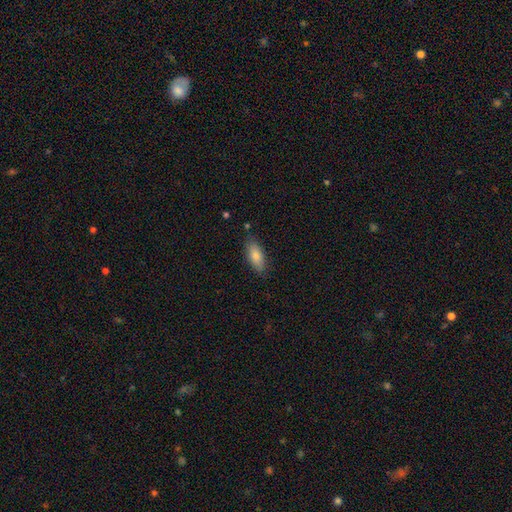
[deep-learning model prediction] This appears to be a smooth galaxy with no disk features (80%) that is in between round and cigar-shaped (78%). Merging: none (82%).